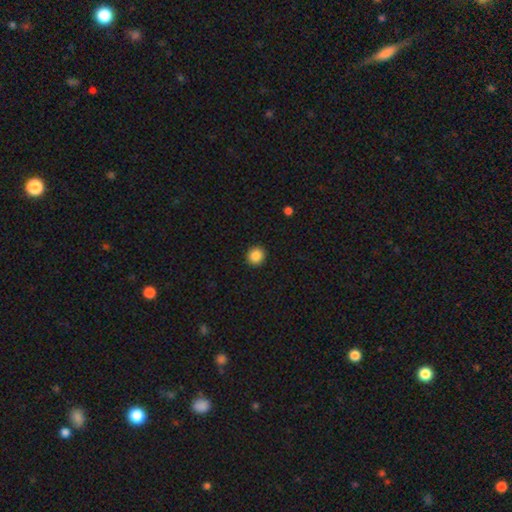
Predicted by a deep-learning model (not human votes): Q: Smooth or featured?
A: smooth (87%); runner-up: star or artifact (9%)
Q: How rounded?
A: round (90%); runner-up: in between (9%)
Q: Merging?
A: none (93%); runner-up: minor disturbance (5%)